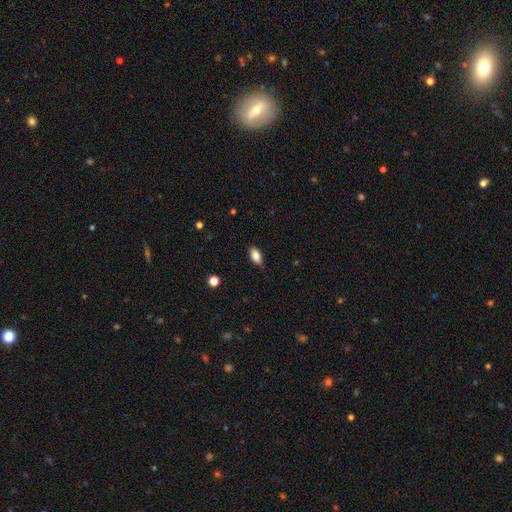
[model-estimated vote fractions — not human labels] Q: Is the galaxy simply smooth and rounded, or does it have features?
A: smooth — 81%.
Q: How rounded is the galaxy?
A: in between — 88%.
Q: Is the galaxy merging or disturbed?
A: none — 80%.